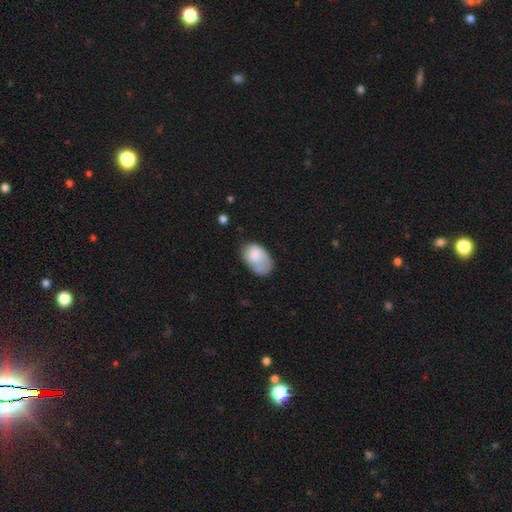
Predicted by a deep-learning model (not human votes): Overall: smooth (77%). How rounded: in between (89%). Merging: none (40%; minor disturbance 34%).